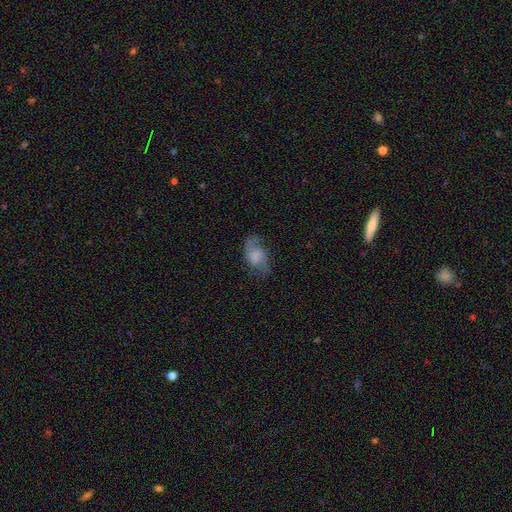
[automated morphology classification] A featured or disk galaxy (69%) with no bar (54%), 2 (89%) medium (46%) spiral arms (93%) and no central bulge (48%).

Vote fractions:
- Smooth or featured? featured or disk: 69% / smooth: 22% / star or artifact: 8%
- Edge-on disk? no: 97% / yes: 3%
- Bar? no: 54% / weak: 38% / strong: 7%
- Spiral arms? yes: 93% / no: 7%
- Spiral winding? medium: 46% / loose: 41% / tight: 13%
- Spiral arm count? 2: 89% / can't tell: 4% / 1: 3% / 3: 2% / 4: 1% / more than 4: 1%
- Bulge size? none: 48% / small: 18% / moderate: 17% / large: 14% / dominant: 3%
- Merging? none: 69% / minor disturbance: 19% / major disturbance: 11% / merger: 1%